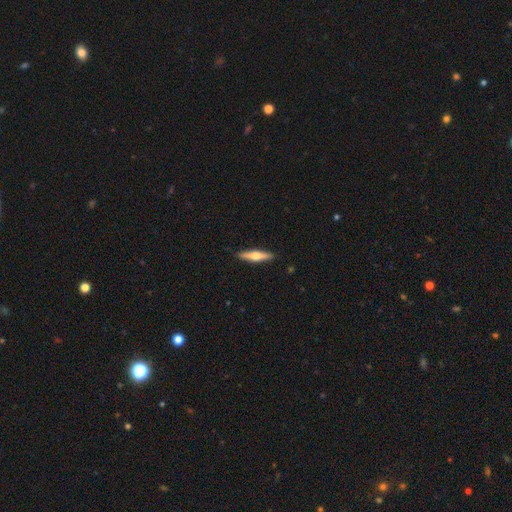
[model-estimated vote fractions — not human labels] A featured or disk galaxy (51%) viewed edge-on (95%). Merging: none (90%).